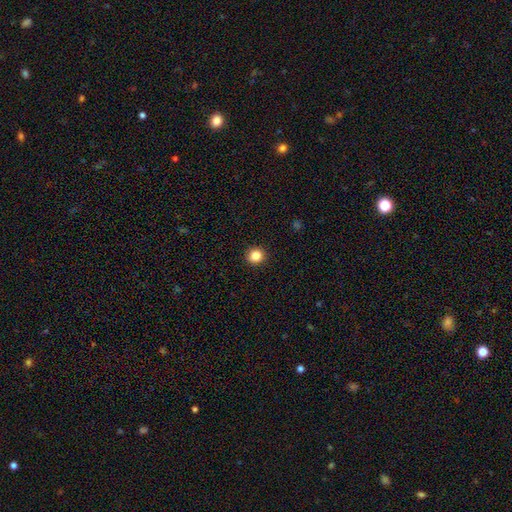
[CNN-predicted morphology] A smooth galaxy with no disk features (84%) that is round (92%). Merging: none (93%).